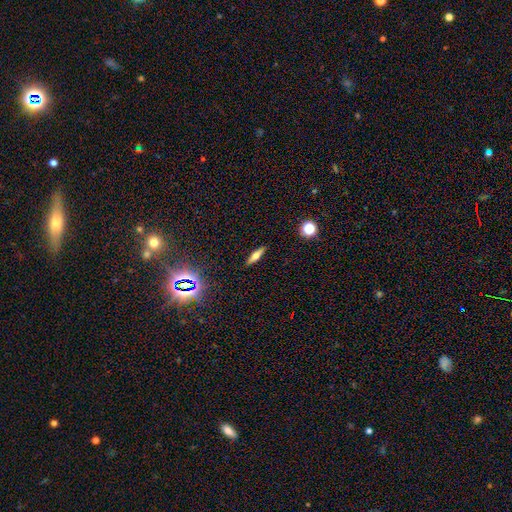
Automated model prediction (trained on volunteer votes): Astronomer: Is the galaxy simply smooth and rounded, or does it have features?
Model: smooth — 48% (runner-up: featured or disk, 39%).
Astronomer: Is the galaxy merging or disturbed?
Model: none — 89%.